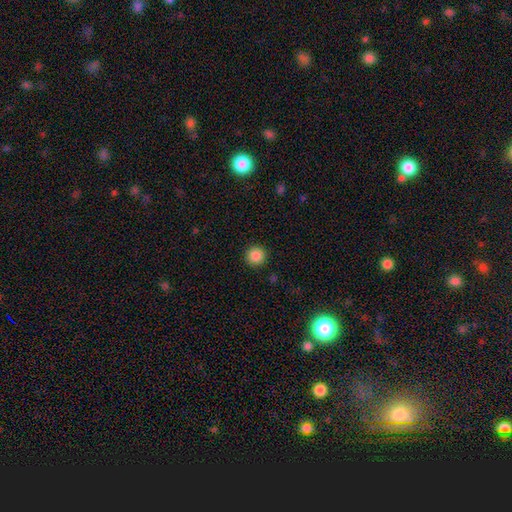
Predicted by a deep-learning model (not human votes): Q: Smooth or featured?
A: smooth (87%); runner-up: star or artifact (10%)
Q: How rounded?
A: round (95%); runner-up: in between (4%)
Q: Merging?
A: none (92%); runner-up: minor disturbance (5%)